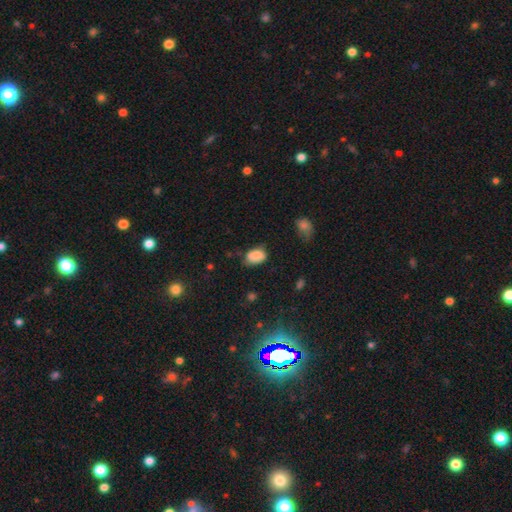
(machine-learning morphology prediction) The model was most divided on "merging": none: 54%, minor disturbance: 34%, major disturbance: 9%, merger: 3%. More confident: how rounded — in between (83%); smooth or featured — smooth (83%).